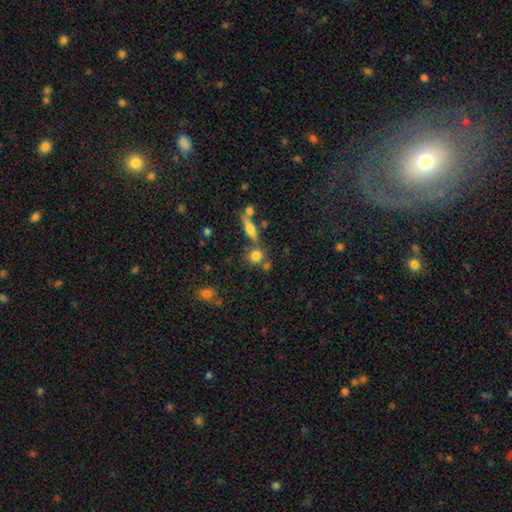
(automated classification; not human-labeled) Overall: smooth (77%). How rounded: round (74%). Merging: none (62%; merger 23%).